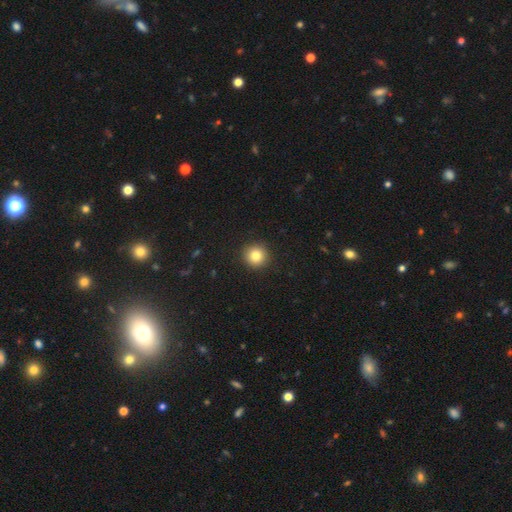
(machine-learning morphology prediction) smooth_or_featured: smooth (p=0.84) [alt: star or artifact p=0.10]
how_rounded: round (p=0.94) [alt: in between p=0.05]
merging: none (p=0.92) [alt: minor disturbance p=0.05]